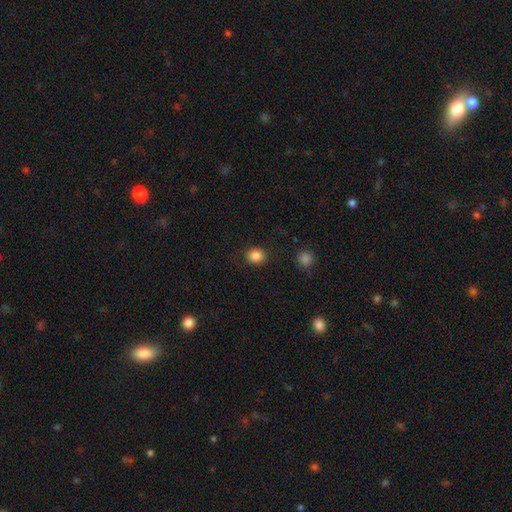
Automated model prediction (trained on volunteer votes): This is clearly a smooth galaxy (86%). How rounded: likely round (72%). Merging: clearly none (87%).